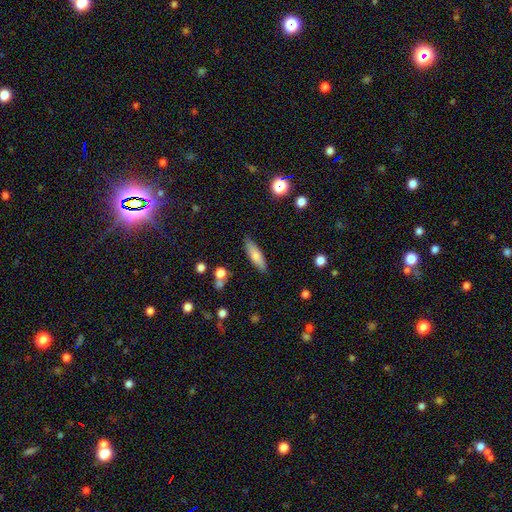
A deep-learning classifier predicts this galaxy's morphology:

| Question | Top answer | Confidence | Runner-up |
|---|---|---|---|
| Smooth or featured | smooth | 73% | featured or disk (20%) |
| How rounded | cigar-shaped | 60% | in between (38%) |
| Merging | none | 86% | minor disturbance (10%) |